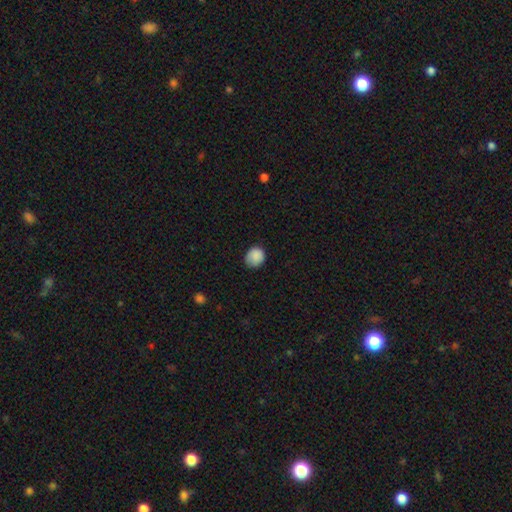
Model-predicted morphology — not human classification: A smooth galaxy with no disk features (88%) that is round (76%). Merging: none (73%).